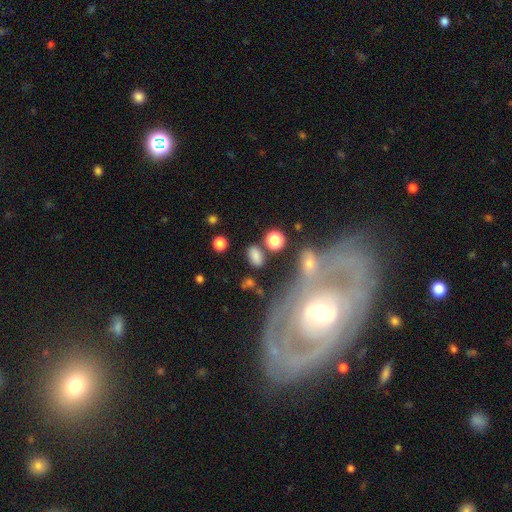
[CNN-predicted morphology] Overall: smooth (77%). How rounded: in between (83%). Merging: none (73%).